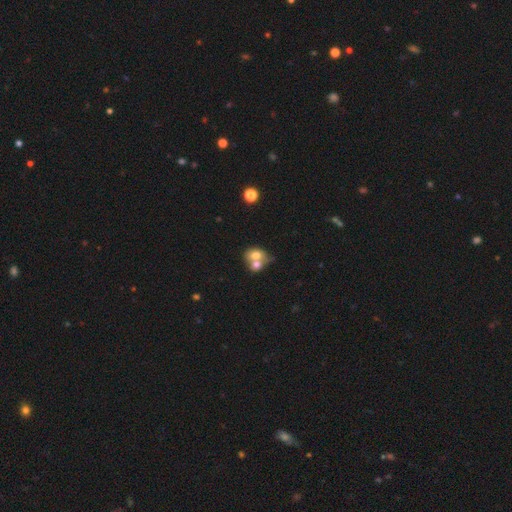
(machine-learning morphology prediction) type=smooth (69%); roundness=in between (53%); merging=merger (64%).